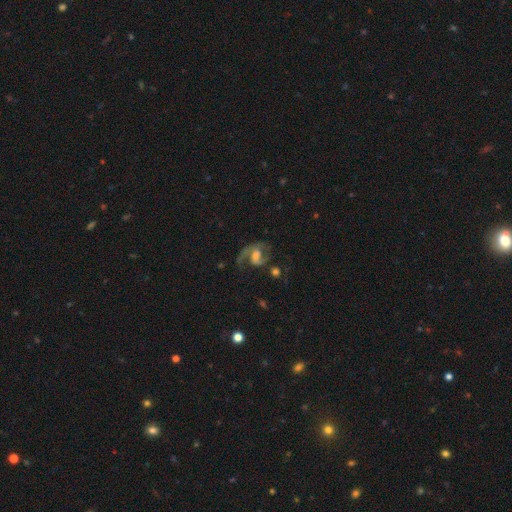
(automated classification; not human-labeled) A featured or disk galaxy (75%) with a weak bar (44%), 2 (61%) medium (45%) spiral arms (89%) and a moderate central bulge (44%). Merging: none (42%).